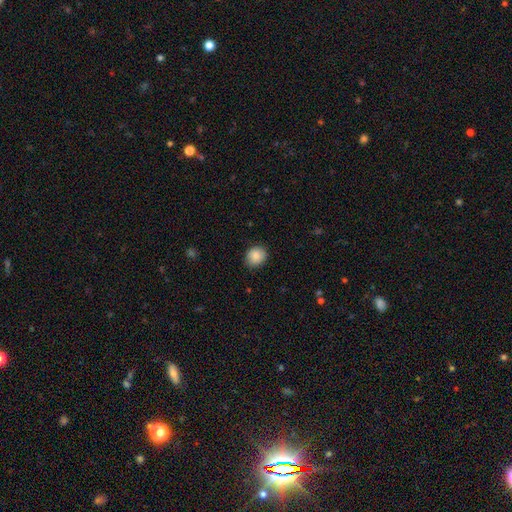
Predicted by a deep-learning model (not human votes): Q: Smooth or featured?
A: smooth (87%); runner-up: star or artifact (8%)
Q: How rounded?
A: round (64%); runner-up: in between (35%)
Q: Merging?
A: none (84%); runner-up: minor disturbance (12%)